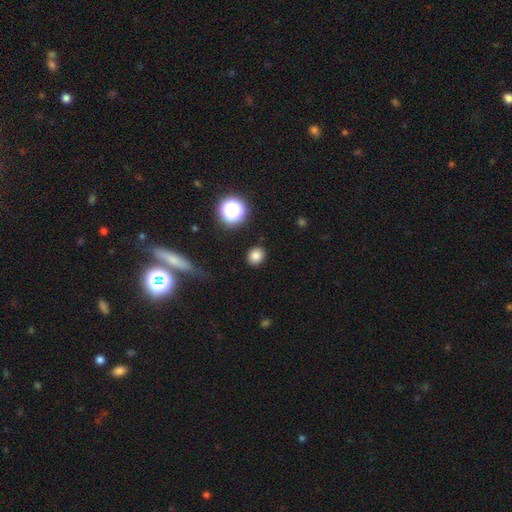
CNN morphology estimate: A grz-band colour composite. It shows a smooth galaxy with no disk features (81%) that is round (77%). Merging: none (88%).